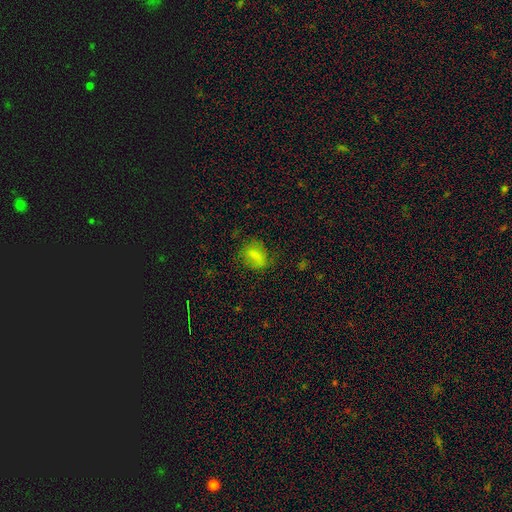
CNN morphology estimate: Smooth or featured: smooth — 72% (featured or disk — 15%)
How rounded: in between — 70% (round — 23%)
Merging: none — 62% (minor disturbance — 23%)